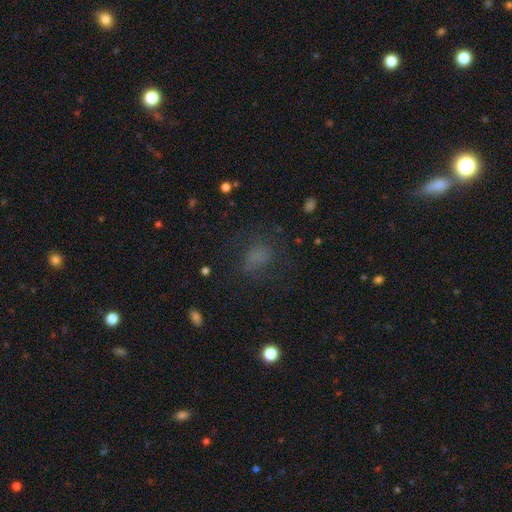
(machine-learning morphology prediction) This is likely a smooth galaxy (60%). How rounded: possibly in between (55%). Merging: likely none (61%).